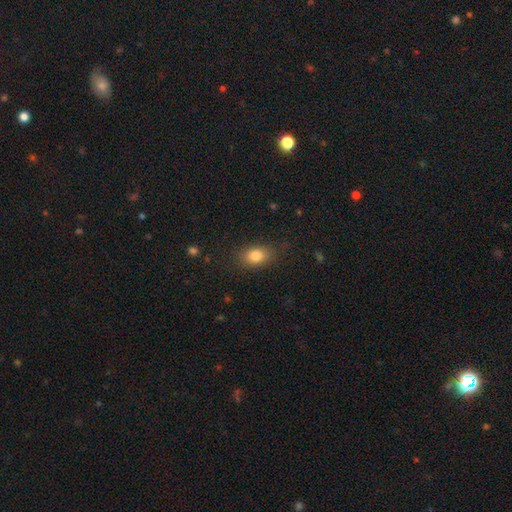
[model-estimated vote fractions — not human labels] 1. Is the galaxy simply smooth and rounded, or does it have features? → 83% smooth, 9% star or artifact, 8% featured or disk.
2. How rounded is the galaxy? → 79% in between, 19% round, 2% cigar-shaped.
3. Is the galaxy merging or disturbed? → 81% none, 13% minor disturbance, 4% major disturbance, 1% merger.